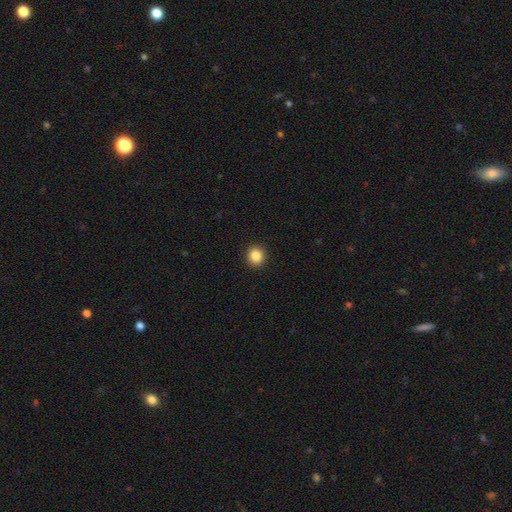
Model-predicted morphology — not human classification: This appears to be a smooth galaxy with no disk features (87%) that is round (86%). Merging: none (92%).